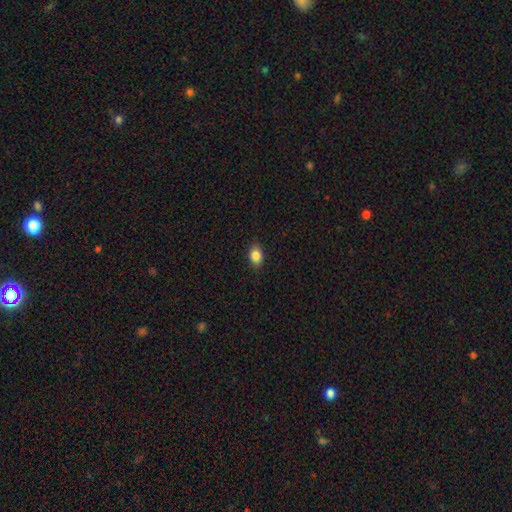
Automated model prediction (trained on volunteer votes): Smooth or featured? Predicted: smooth (p=0.86). How rounded? Predicted: in between (p=0.78). Merging? Predicted: none (p=0.87).